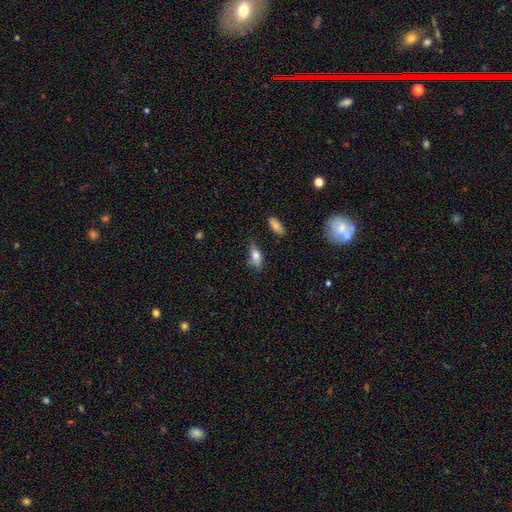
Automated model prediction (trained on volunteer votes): A smooth galaxy with no disk features (77%) that is in between round and cigar-shaped (80%).

Vote fractions:
- Smooth or featured? smooth: 77% / featured or disk: 15% / star or artifact: 8%
- How rounded? in between: 80% / cigar-shaped: 16% / round: 4%
- Merging? none: 56% / minor disturbance: 31% / major disturbance: 9% / merger: 4%